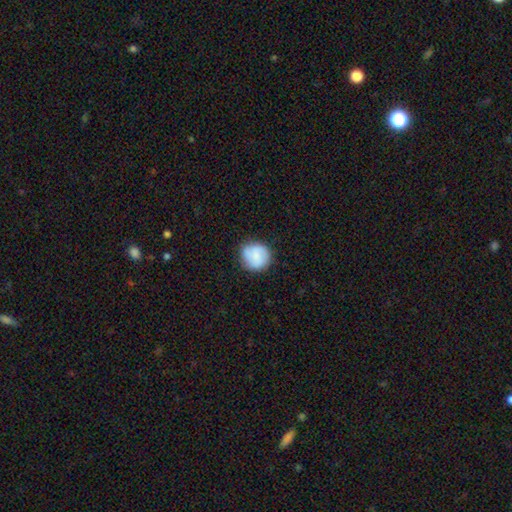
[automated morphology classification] Q: Smooth or featured?
A: smooth (81%); runner-up: featured or disk (12%)
Q: How rounded?
A: round (91%); runner-up: in between (8%)
Q: Merging?
A: none (78%); runner-up: minor disturbance (16%)